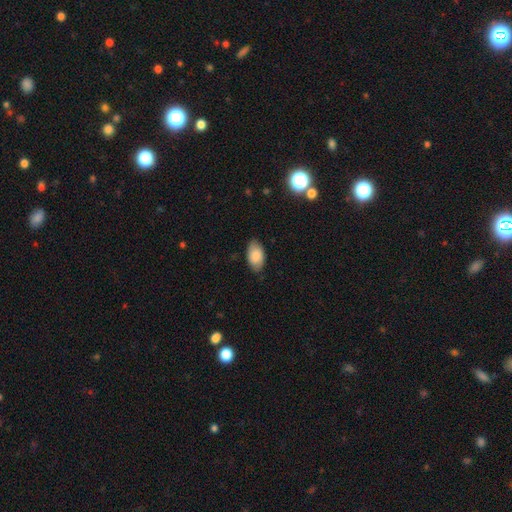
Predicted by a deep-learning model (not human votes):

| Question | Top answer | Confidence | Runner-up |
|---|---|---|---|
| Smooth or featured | smooth | 84% | featured or disk (9%) |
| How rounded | in between | 94% | round (4%) |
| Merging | none | 83% | minor disturbance (14%) |